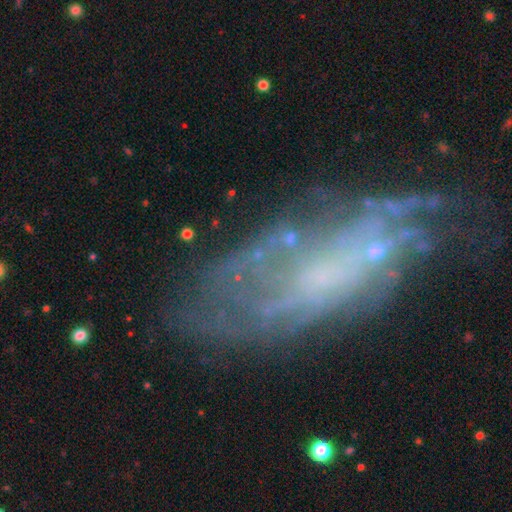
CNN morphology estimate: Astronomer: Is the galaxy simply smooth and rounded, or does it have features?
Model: featured or disk — 63%.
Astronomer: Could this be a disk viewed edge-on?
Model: no — 89%.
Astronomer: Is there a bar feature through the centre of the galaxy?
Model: no — 74%.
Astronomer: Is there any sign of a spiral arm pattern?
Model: yes — 60% (runner-up: no, 40%).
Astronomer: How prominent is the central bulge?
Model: small — 40% (runner-up: none, 36%).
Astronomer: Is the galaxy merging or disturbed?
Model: none — 57%.